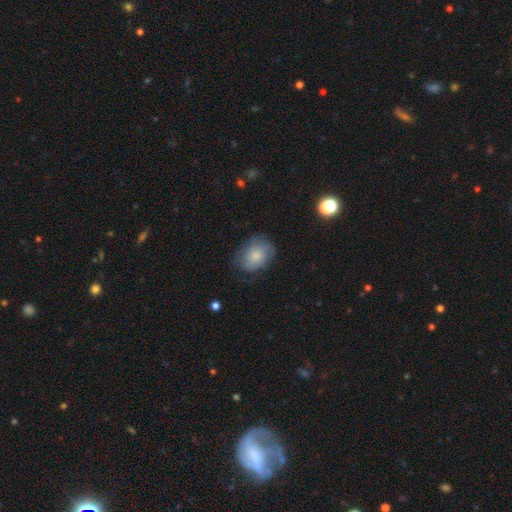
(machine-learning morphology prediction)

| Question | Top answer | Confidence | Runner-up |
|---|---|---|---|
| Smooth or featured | smooth | 72% | featured or disk (20%) |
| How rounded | in between | 65% | round (34%) |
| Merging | none | 65% | minor disturbance (25%) |